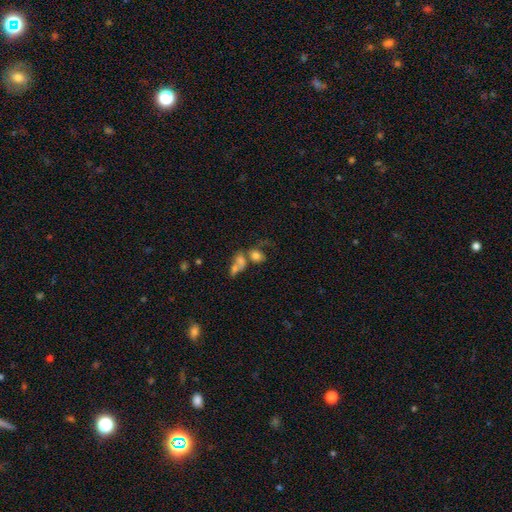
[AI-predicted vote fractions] smooth_or_featured: smooth (p=0.66) [alt: featured or disk p=0.21]
how_rounded: in between (p=0.61) [alt: round p=0.36]
merging: merger (p=0.54) [alt: none p=0.21]